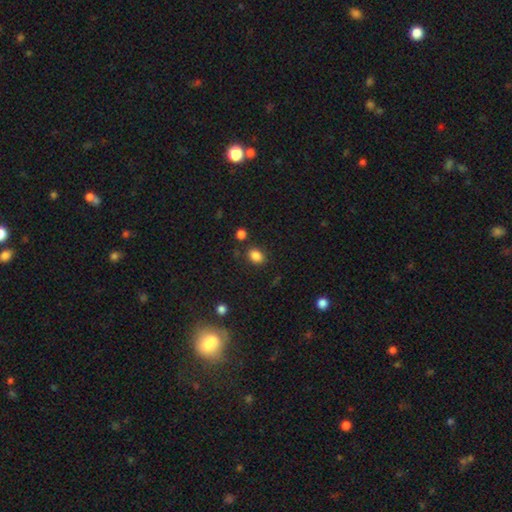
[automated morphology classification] smooth 84%, star or artifact 11%, featured or disk 5%. Down the decision tree: how rounded — in between (69%); merging — none (81%).